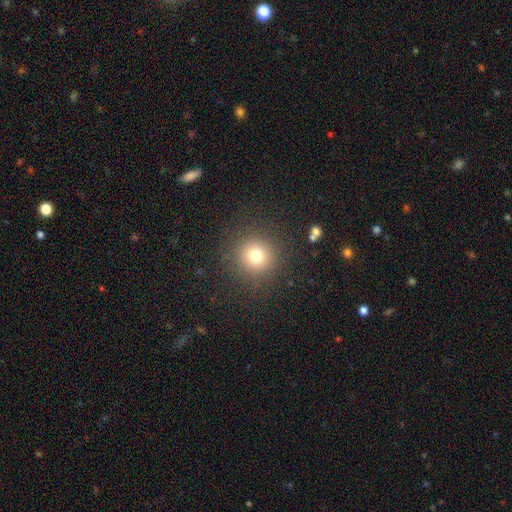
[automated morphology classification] type=smooth (75%); roundness=round (94%); merging=none (88%).